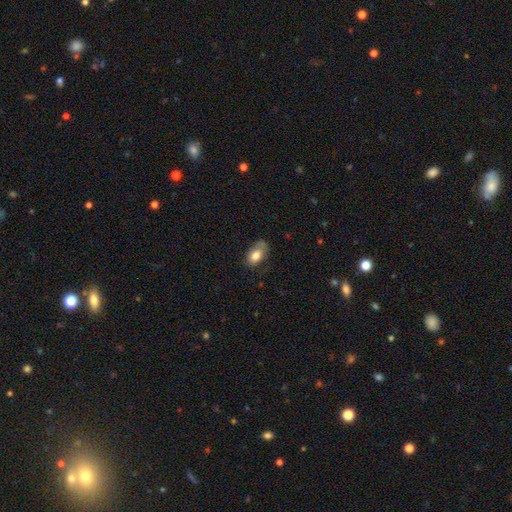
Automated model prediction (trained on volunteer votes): This appears to be a smooth galaxy with no disk features (74%) that is in between round and cigar-shaped (88%). Merging: none (53%).